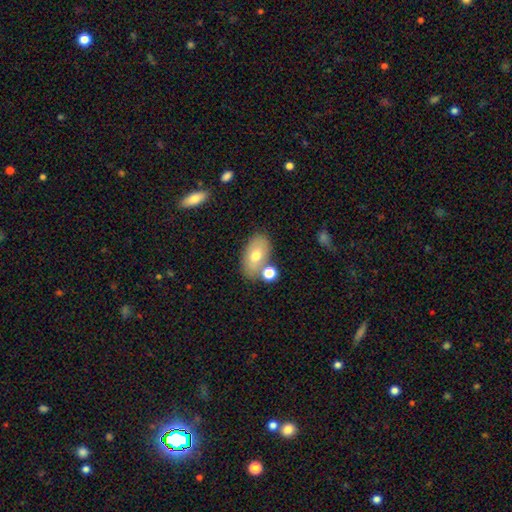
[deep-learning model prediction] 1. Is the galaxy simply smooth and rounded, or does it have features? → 68% smooth, 24% featured or disk, 8% star or artifact.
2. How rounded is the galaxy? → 90% in between, 9% round, 2% cigar-shaped.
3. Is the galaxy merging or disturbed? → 64% none, 18% merger, 14% minor disturbance, 4% major disturbance.